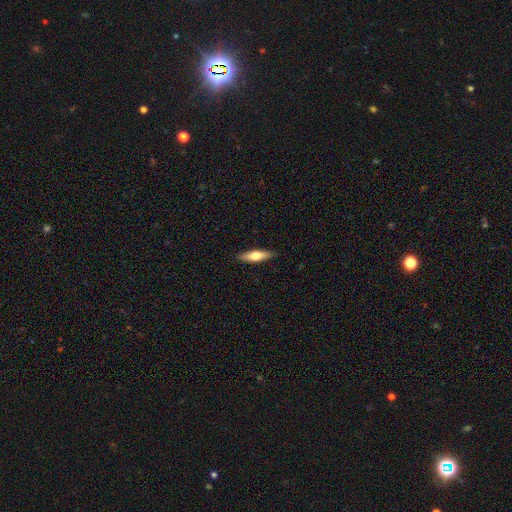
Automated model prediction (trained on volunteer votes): This appears to be a smooth galaxy with no disk features (57%) that is cigar-shaped (65%). Merging: none (89%).